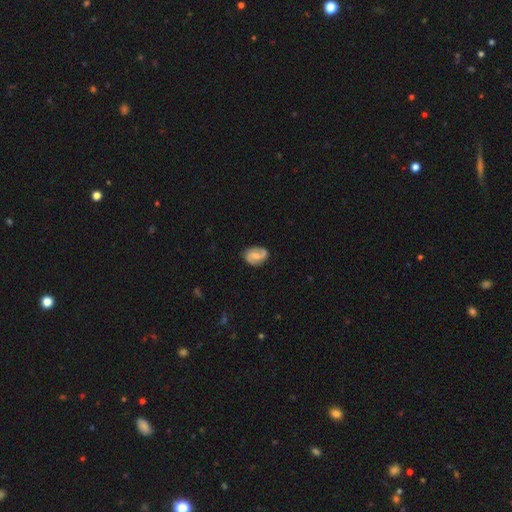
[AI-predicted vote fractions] featured or disk 71%, smooth 23%, star or artifact 6%. Down the decision tree: edge-on disk — no (98%); bar — weak (50%); spiral arms — yes (93%); spiral arm count — 2 (90%); spiral winding — medium (47%); bulge size — moderate (43%); merging — none (82%).